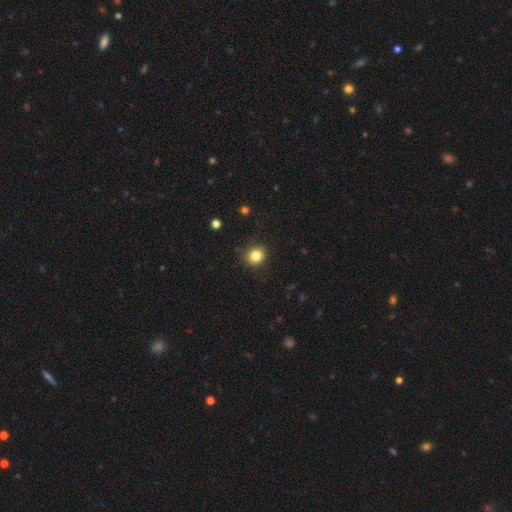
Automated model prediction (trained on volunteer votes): smooth_or_featured: smooth (p=0.84) [alt: star or artifact p=0.11]
how_rounded: round (p=0.80) [alt: in between p=0.19]
merging: none (p=0.87) [alt: minor disturbance p=0.09]